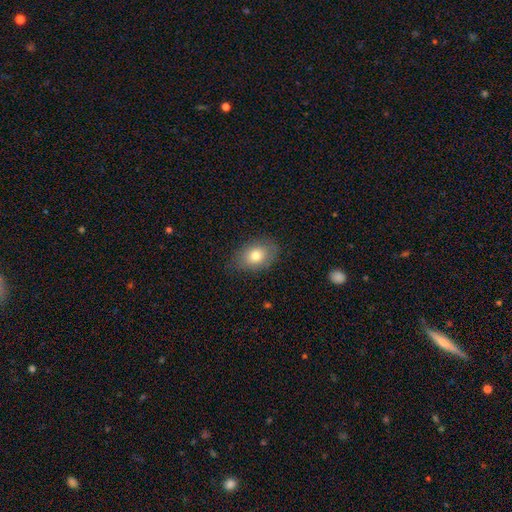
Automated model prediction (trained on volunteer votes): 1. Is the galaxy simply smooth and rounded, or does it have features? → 76% smooth, 15% featured or disk, 9% star or artifact.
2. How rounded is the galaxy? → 79% in between, 20% round, 1% cigar-shaped.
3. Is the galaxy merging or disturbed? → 81% none, 14% minor disturbance, 4% major disturbance, 1% merger.